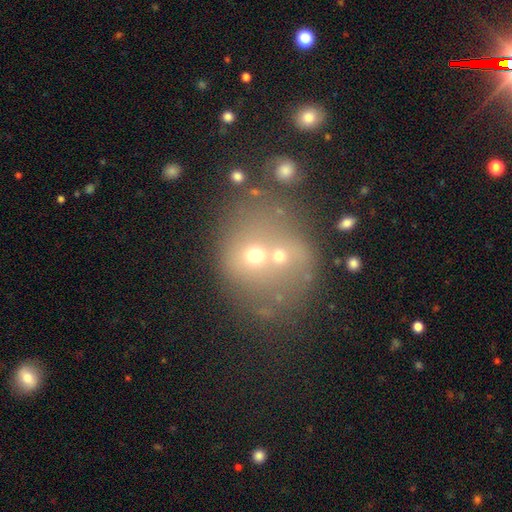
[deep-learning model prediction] Smooth or featured?
  - smooth: 52% *
  - featured or disk: 26%
  - star or artifact: 23%
How rounded?
  - round: 69% *
  - in between: 30%
  - cigar-shaped: 1%
Merging?
  - merger: 56% *
  - none: 29%
  - minor disturbance: 9%
  - major disturbance: 6%